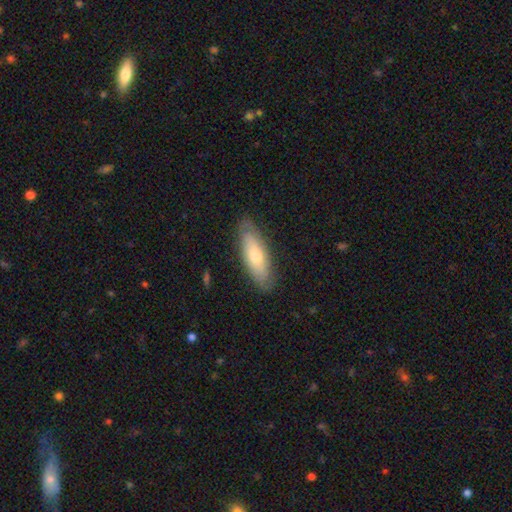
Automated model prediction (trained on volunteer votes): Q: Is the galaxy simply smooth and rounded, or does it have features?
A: smooth — 61%.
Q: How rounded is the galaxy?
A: in between — 60%.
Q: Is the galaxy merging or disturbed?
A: none — 84%.